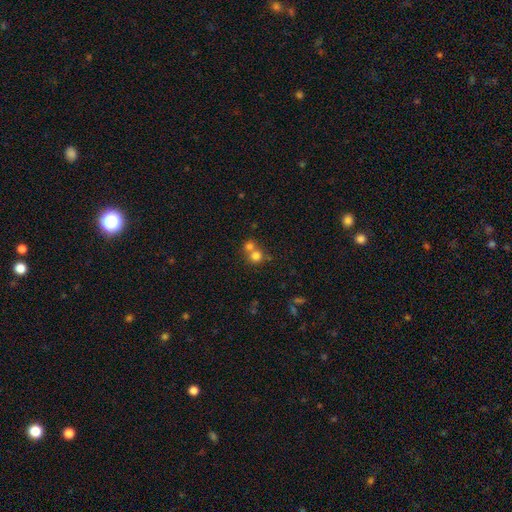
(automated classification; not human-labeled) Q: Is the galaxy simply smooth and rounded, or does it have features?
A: smooth — 75%.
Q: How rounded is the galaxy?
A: round — 87%.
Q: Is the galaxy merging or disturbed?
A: merger — 53%.